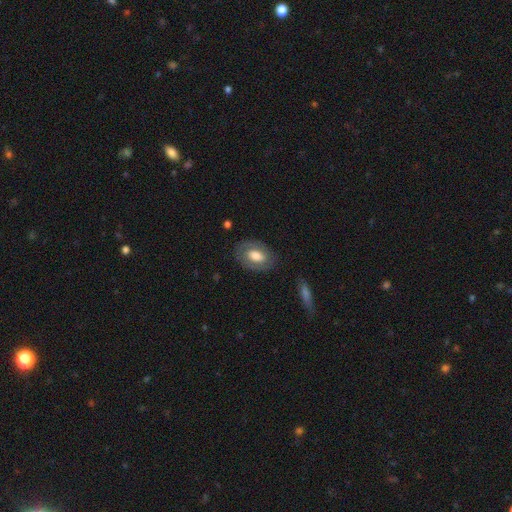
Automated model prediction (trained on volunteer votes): smooth 55%, featured or disk 39%, star or artifact 6%. Down the decision tree: how rounded — in between (87%); merging — none (80%).